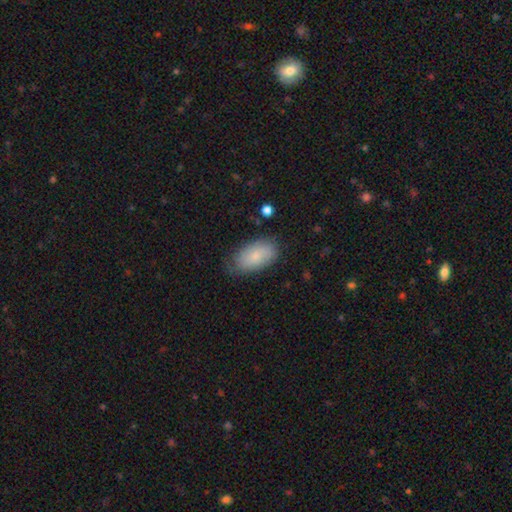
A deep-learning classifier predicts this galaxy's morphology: The model was most divided on "merging": none: 72%, minor disturbance: 22%, major disturbance: 5%, merger: 1%. More confident: how rounded — in between (94%); smooth or featured — smooth (77%).